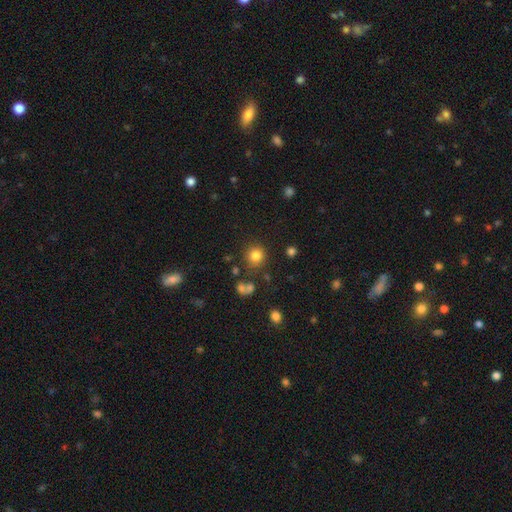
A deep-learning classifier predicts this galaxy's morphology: Q: Smooth or featured?
A: smooth (81%); runner-up: star or artifact (13%)
Q: How rounded?
A: round (91%); runner-up: in between (9%)
Q: Merging?
A: none (81%); runner-up: minor disturbance (9%)